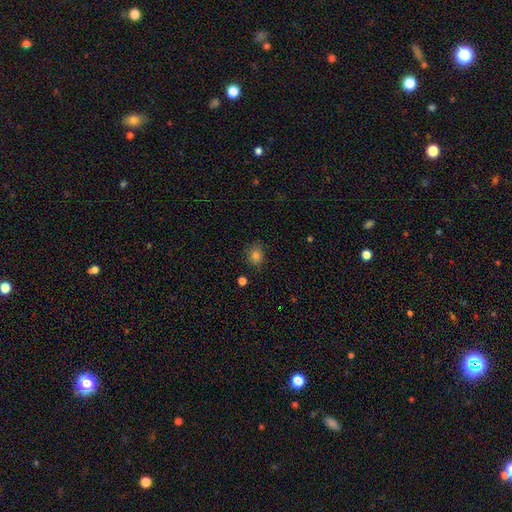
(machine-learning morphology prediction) Q: Smooth or featured?
A: smooth (79%); runner-up: star or artifact (15%)
Q: How rounded?
A: round (65%); runner-up: in between (34%)
Q: Merging?
A: none (81%); runner-up: minor disturbance (14%)